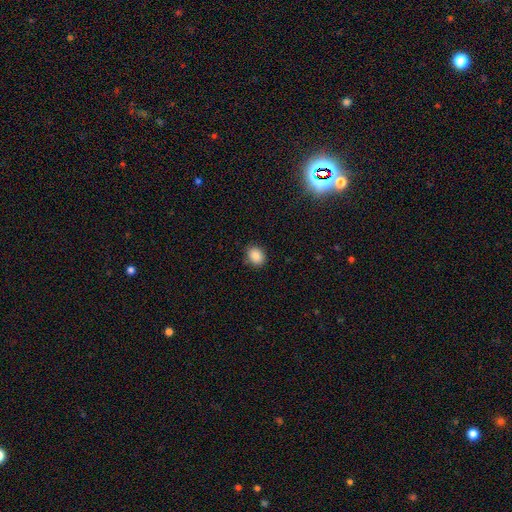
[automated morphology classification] The model was most divided on "how rounded": round: 65%, in between: 34%, cigar-shaped: 1%. More confident: merging — none (87%); smooth or featured — smooth (86%).